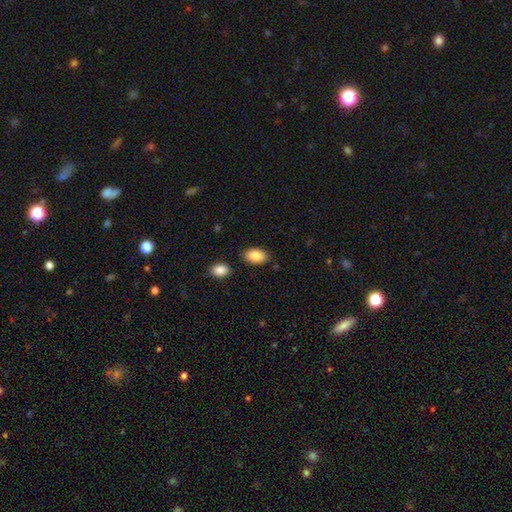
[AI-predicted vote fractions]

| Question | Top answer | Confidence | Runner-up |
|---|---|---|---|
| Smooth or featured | smooth | 88% | star or artifact (7%) |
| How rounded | in between | 91% | round (7%) |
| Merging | none | 84% | minor disturbance (10%) |